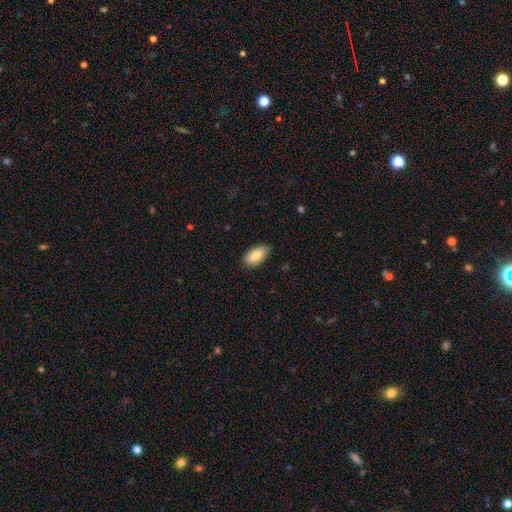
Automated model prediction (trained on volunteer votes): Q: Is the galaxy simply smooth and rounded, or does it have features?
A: smooth — 81%.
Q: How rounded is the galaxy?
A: in between — 92%.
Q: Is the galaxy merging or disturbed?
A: none — 80%.